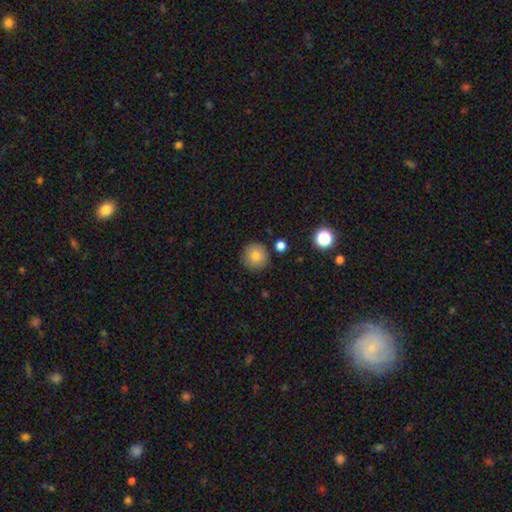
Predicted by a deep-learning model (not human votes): This is clearly a smooth galaxy (82%). How rounded: clearly round (94%). Merging: clearly none (86%).